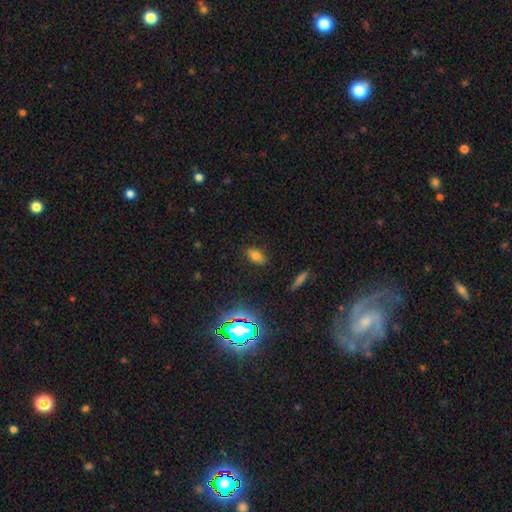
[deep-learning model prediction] This is likely a smooth galaxy (71%). How rounded: clearly in between (86%). Merging: clearly none (86%).